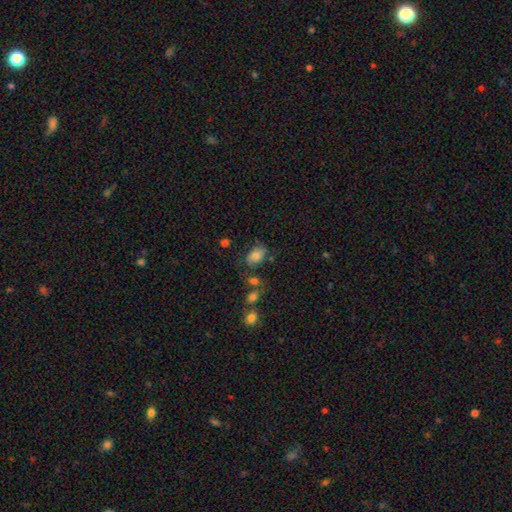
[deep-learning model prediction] This appears to be a smooth galaxy with no disk features (77%) that is in between round and cigar-shaped (82%). Merging: none (61%).